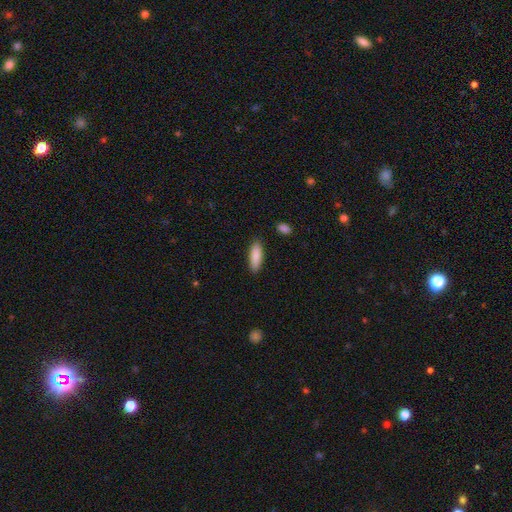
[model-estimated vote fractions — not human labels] The model was most divided on "how rounded": in between: 60%, cigar-shaped: 39%, round: 2%. More confident: smooth or featured — smooth (88%); merging — none (87%).